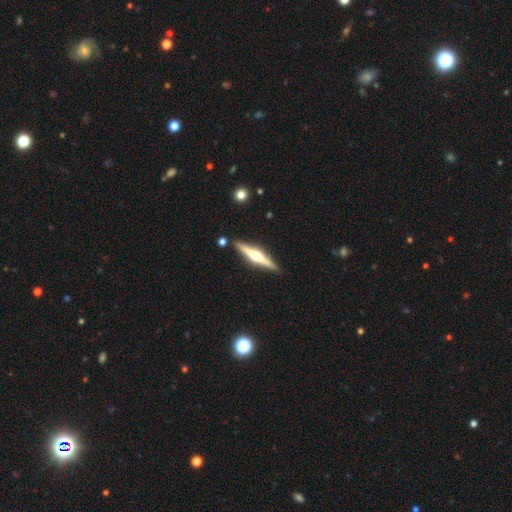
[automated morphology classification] A featured or disk galaxy (74%) viewed edge-on (98%) with a rounded central bulge (93%).

Vote fractions:
- Smooth or featured? featured or disk: 74% / smooth: 21% / star or artifact: 5%
- Edge-on disk? yes: 98% / no: 2%
- Edge-on bulge? rounded: 93% / boxy: 4% / none: 3%
- Merging? none: 90% / minor disturbance: 7% / merger: 2% / major disturbance: 1%